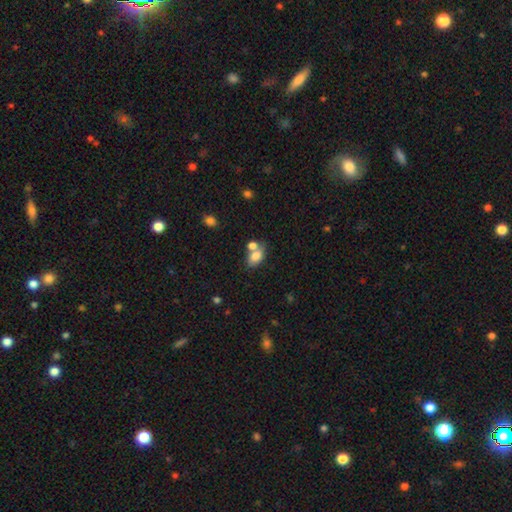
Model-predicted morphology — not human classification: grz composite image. It shows a smooth galaxy with no disk features (79%) that is in between round and cigar-shaped (86%). Merging: merger (42%, tied with none).